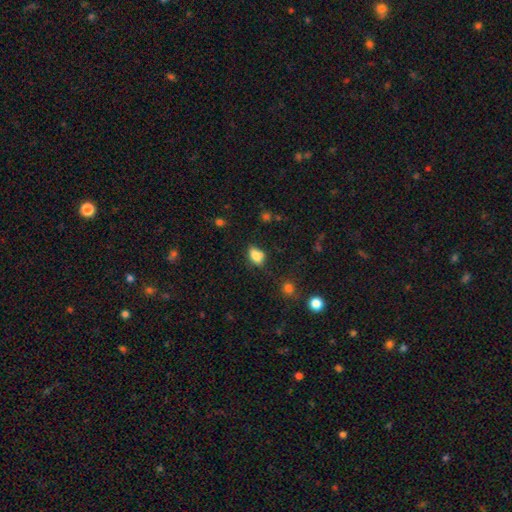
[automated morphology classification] Smooth or featured: smooth — 80% (star or artifact — 10%)
How rounded: in between — 81% (round — 16%)
Merging: none — 58% (minor disturbance — 22%)